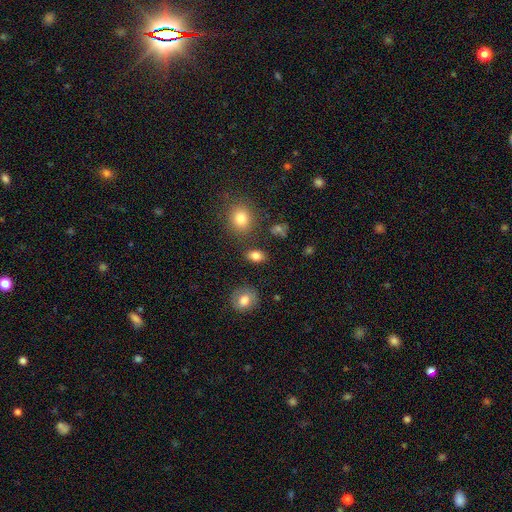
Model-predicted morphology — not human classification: smooth 82%, star or artifact 11%, featured or disk 7%. Down the decision tree: how rounded — in between (79%); merging — none (82%).